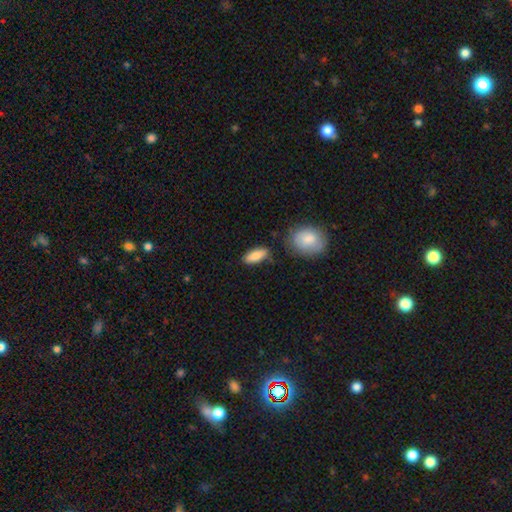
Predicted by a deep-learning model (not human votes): smooth-or-featured: smooth: 85% | featured or disk: 9% | star or artifact: 6%
  how-rounded: in between: 77% | cigar-shaped: 20% | round: 3%
  merging: none: 73% | minor disturbance: 17% | merger: 6% | major disturbance: 4%